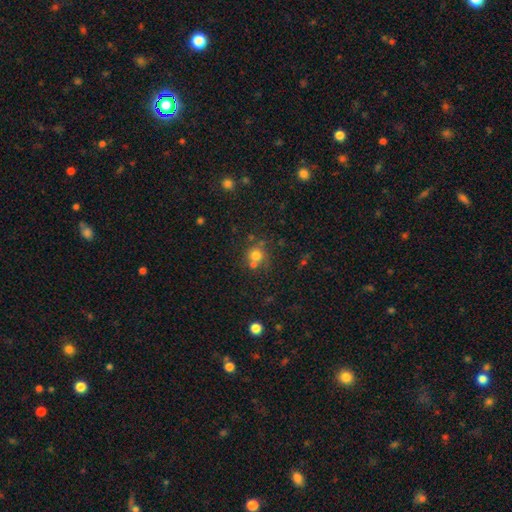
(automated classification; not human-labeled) The model was most divided on "merging": none: 57%, merger: 27%, minor disturbance: 11%, major disturbance: 5%. More confident: how rounded — round (88%); smooth or featured — smooth (72%).